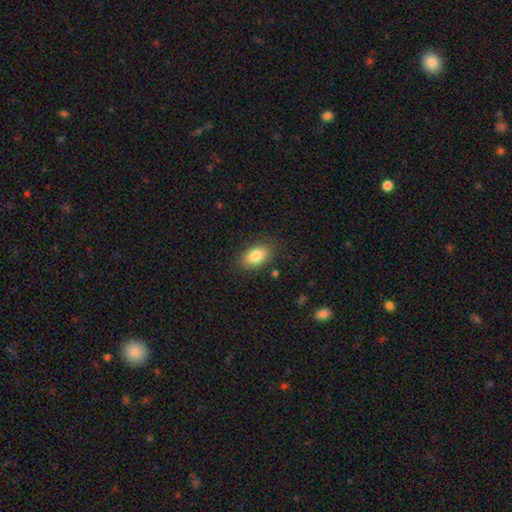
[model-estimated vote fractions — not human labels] Smooth or featured? smooth (83%)
How rounded? in between (90%)
Merging? none (82%)